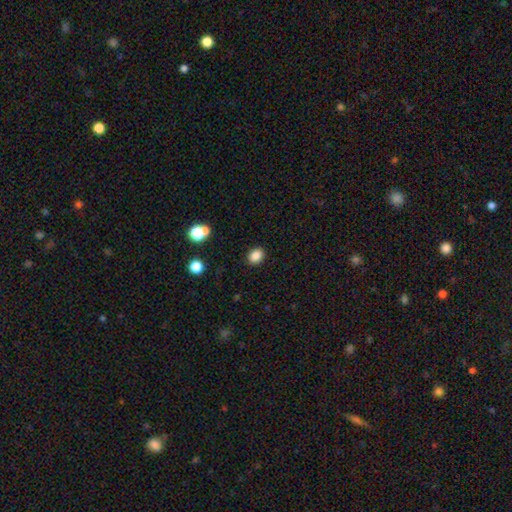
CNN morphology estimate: Overall: smooth (85%). How rounded: in between (55%; round 44%). Merging: none (88%).